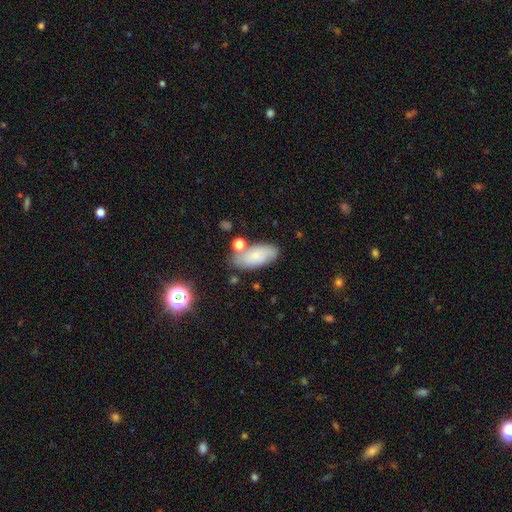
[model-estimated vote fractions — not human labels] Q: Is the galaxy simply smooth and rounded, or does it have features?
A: smooth — 67%.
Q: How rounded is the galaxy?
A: in between — 89%.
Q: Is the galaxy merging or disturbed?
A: none — 65%.